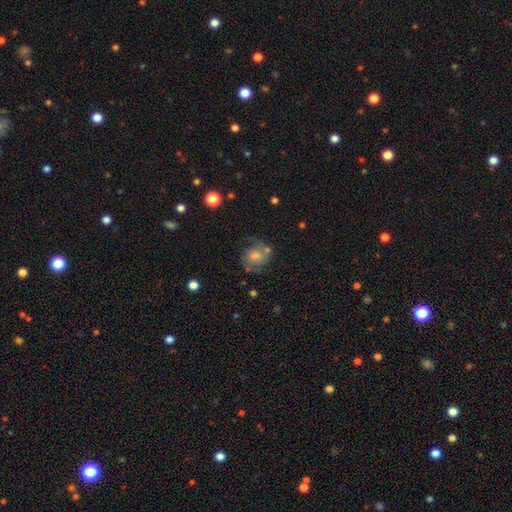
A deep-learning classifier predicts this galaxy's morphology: This appears to be a smooth galaxy with no disk features (48%). Merging: none (55%).